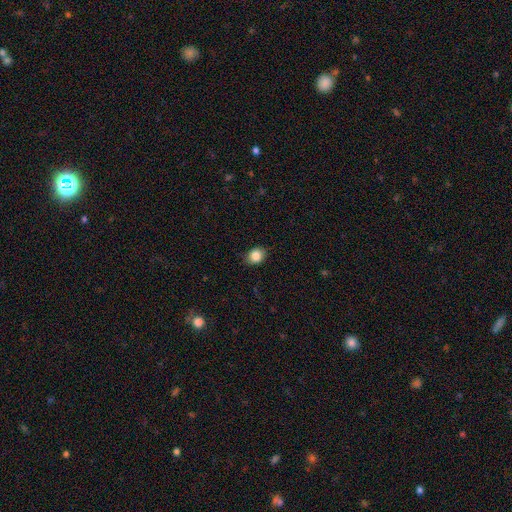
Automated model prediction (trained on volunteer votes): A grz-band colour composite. It shows a smooth galaxy with no disk features (85%) that is in between round and cigar-shaped (52%). Merging: none (84%).